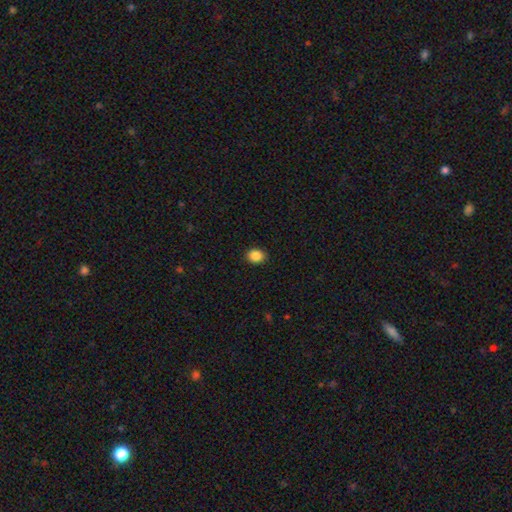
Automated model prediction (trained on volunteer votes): Overall: smooth (87%). How rounded: in between (51%; round 48%). Merging: none (91%).